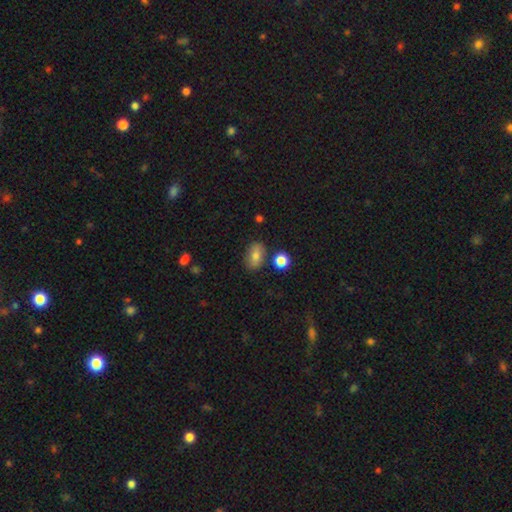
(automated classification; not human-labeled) Morphology: type=smooth (76%); roundness=in between (82%); merging=none (80%).